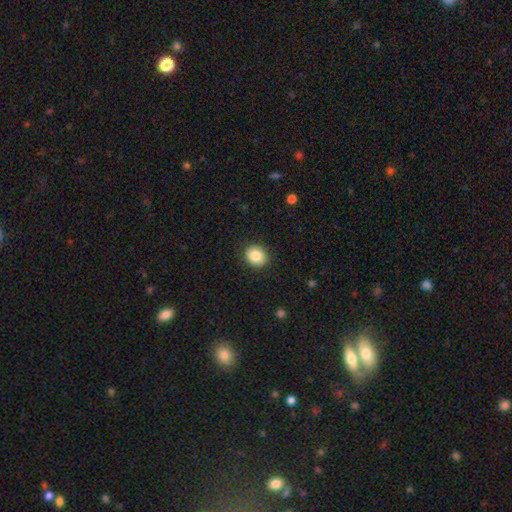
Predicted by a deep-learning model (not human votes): Morphology: type=smooth (85%); roundness=round (64%); merging=none (89%).